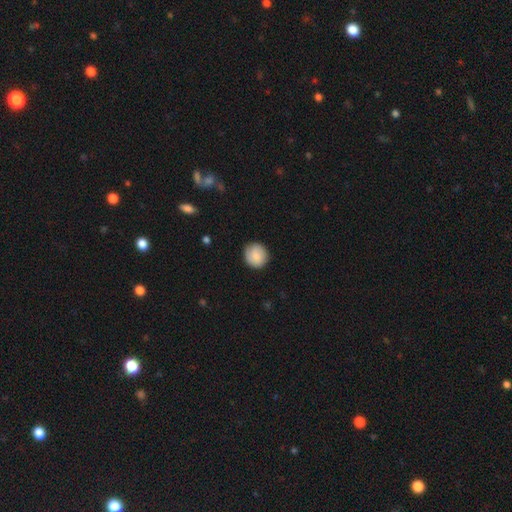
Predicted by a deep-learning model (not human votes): Smooth or featured?
  - smooth: 82% *
  - featured or disk: 12%
  - star or artifact: 6%
How rounded?
  - round: 90% *
  - in between: 9%
  - cigar-shaped: 1%
Merging?
  - none: 85% *
  - minor disturbance: 11%
  - major disturbance: 2%
  - merger: 1%